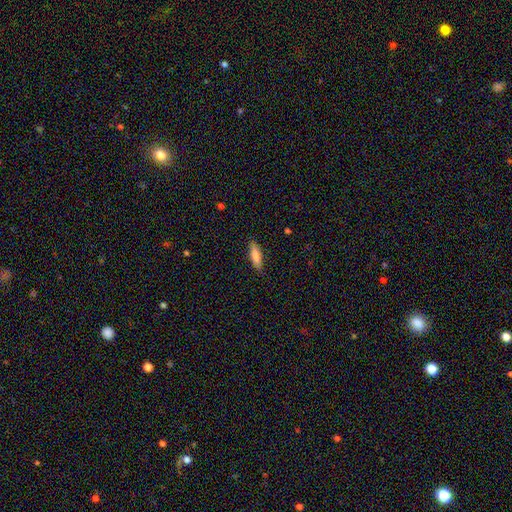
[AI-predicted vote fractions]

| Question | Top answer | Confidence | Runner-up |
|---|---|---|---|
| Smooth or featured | smooth | 83% | featured or disk (11%) |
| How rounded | cigar-shaped | 56% | in between (43%) |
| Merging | none | 87% | minor disturbance (10%) |